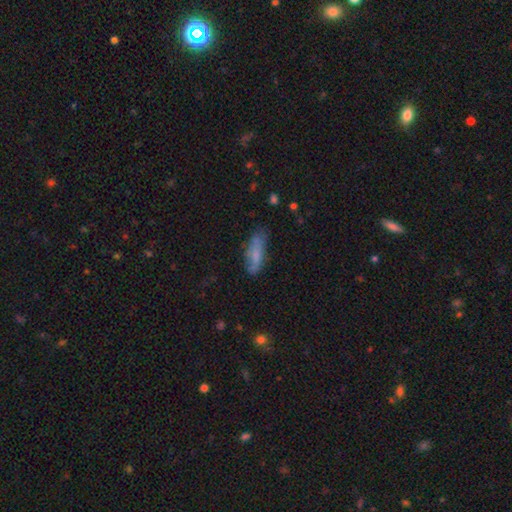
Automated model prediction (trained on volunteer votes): smooth-or-featured: smooth: 72% | featured or disk: 21% | star or artifact: 8%
  how-rounded: in between: 57% | cigar-shaped: 41% | round: 2%
  merging: none: 59% | minor disturbance: 28% | major disturbance: 10% | merger: 3%